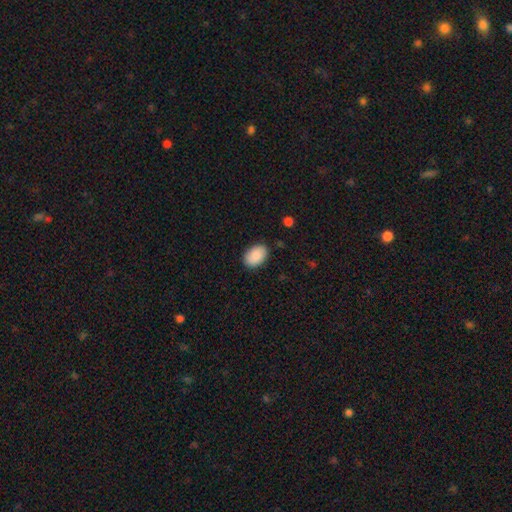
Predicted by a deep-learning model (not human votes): Q: Smooth or featured?
A: smooth (89%); runner-up: star or artifact (6%)
Q: How rounded?
A: in between (84%); runner-up: round (15%)
Q: Merging?
A: none (86%); runner-up: minor disturbance (11%)